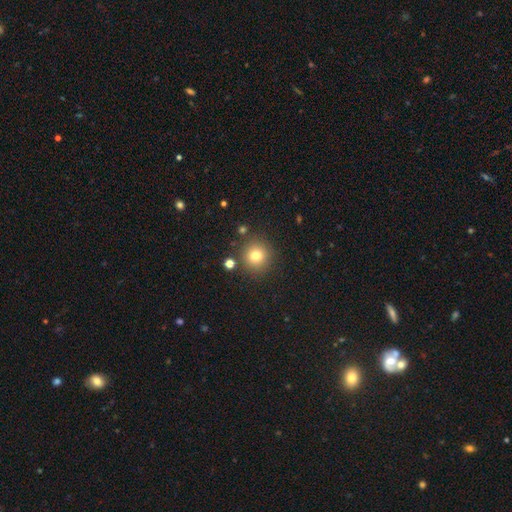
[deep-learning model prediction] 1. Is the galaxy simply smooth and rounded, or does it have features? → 77% smooth, 14% star or artifact, 9% featured or disk.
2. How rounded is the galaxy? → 94% round, 5% in between, 1% cigar-shaped.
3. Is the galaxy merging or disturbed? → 86% none, 7% minor disturbance, 4% merger, 3% major disturbance.